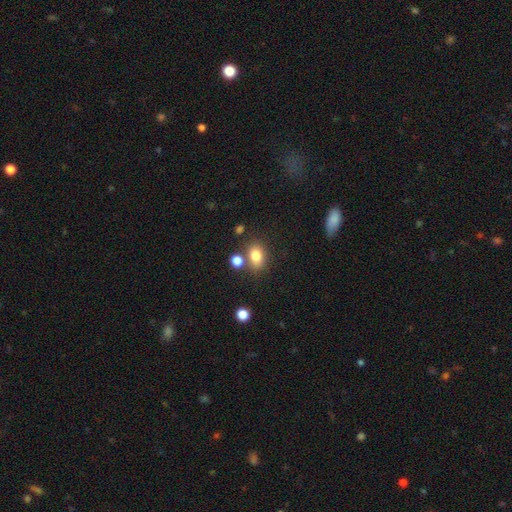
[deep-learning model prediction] smooth-or-featured: smooth: 81% | star or artifact: 11% | featured or disk: 8%
  how-rounded: in between: 64% | round: 35% | cigar-shaped: 1%
  merging: none: 69% | merger: 14% | minor disturbance: 13% | major disturbance: 4%